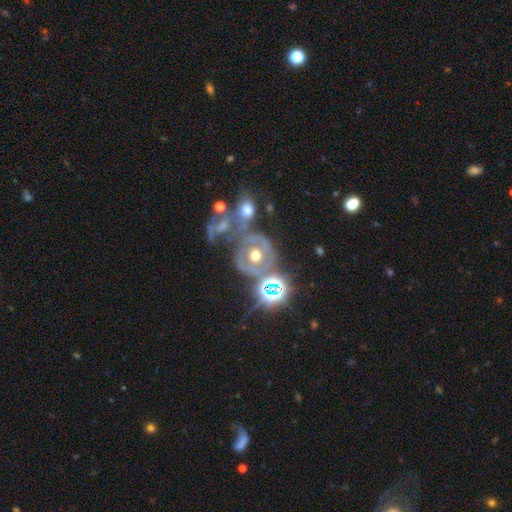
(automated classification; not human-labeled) This is possibly a featured or disk galaxy (59%). It is clearly not viewed edge-on (96%). Bar: likely no (76%). Spiral arm pattern: possibly no (54%). Central bulge: likely moderate (70%). Merging: marginally none (43%).